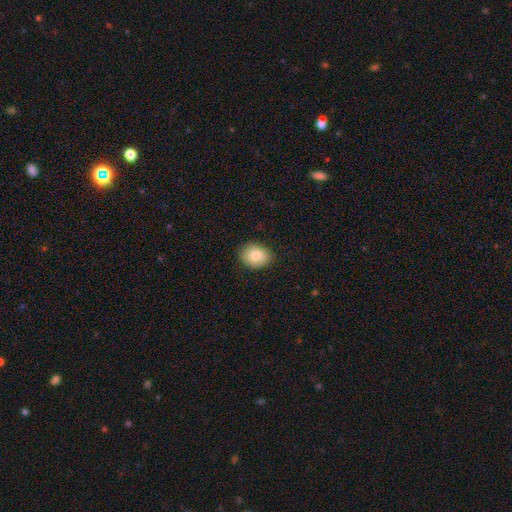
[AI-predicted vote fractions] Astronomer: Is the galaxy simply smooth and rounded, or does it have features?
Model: smooth — 84%.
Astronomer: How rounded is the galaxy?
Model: in between — 53% (runner-up: round, 46%).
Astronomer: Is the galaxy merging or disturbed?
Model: none — 87%.